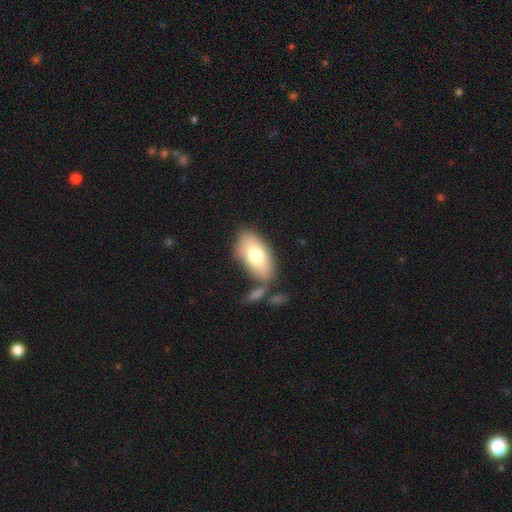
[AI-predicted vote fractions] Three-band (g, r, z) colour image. It shows a smooth galaxy with no disk features (73%) that is in between round and cigar-shaped (91%). Merging: none (65%).